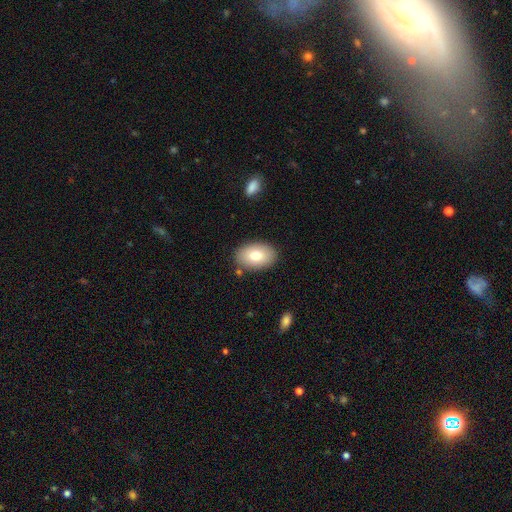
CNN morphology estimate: smooth-or-featured: smooth: 76% | featured or disk: 16% | star or artifact: 8%
  how-rounded: in between: 88% | round: 11% | cigar-shaped: 1%
  merging: none: 86% | minor disturbance: 9% | merger: 3% | major disturbance: 2%